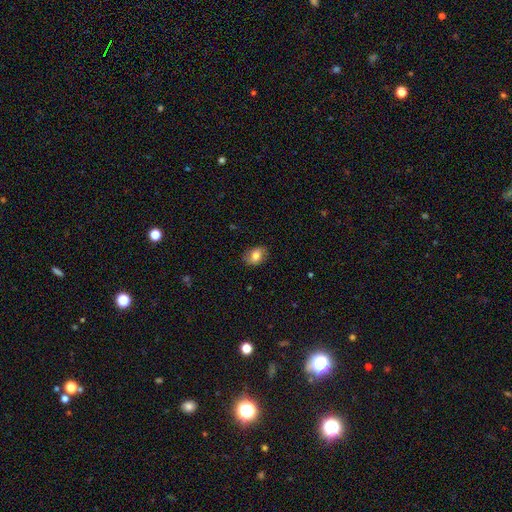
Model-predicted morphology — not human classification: type=smooth (75%); roundness=in between (75%); merging=none (81%).